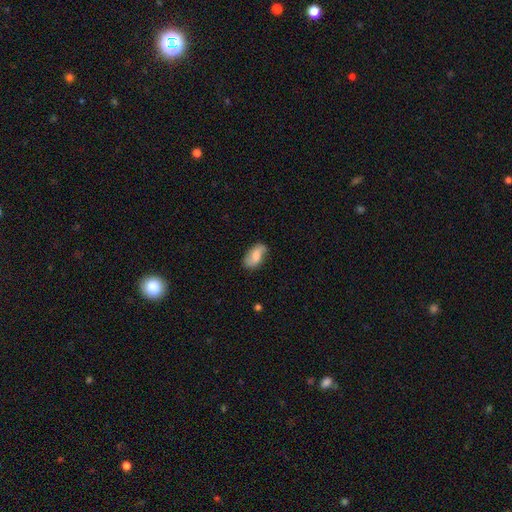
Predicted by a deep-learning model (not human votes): This is likely a smooth galaxy (66%). How rounded: clearly in between (92%). Merging: likely none (67%).